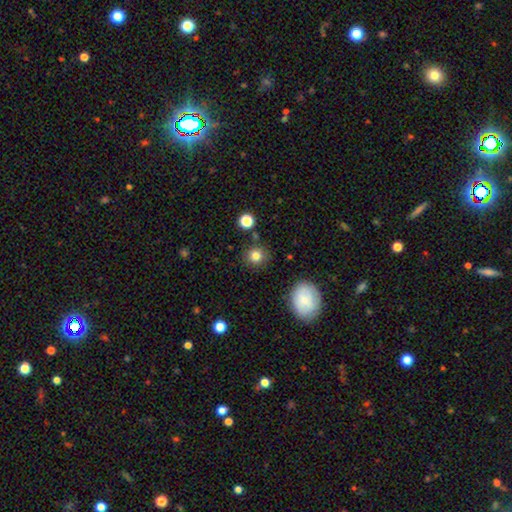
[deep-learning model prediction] Q: Smooth or featured?
A: smooth (82%); runner-up: star or artifact (12%)
Q: How rounded?
A: round (88%); runner-up: in between (11%)
Q: Merging?
A: none (86%); runner-up: minor disturbance (8%)